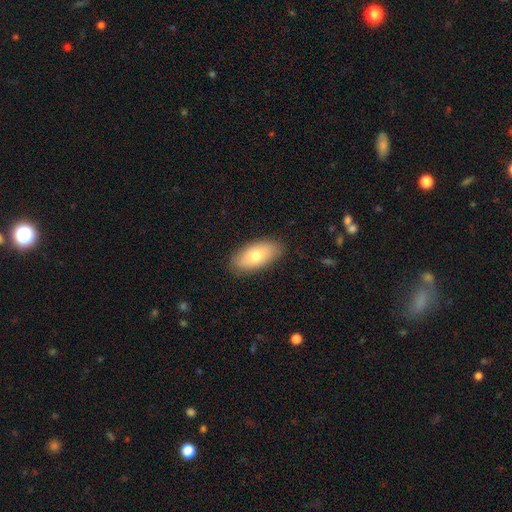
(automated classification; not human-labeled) smooth_or_featured: smooth (p=0.72) [alt: featured or disk p=0.22]
how_rounded: in between (p=0.92) [alt: cigar-shaped p=0.05]
merging: none (p=0.86) [alt: minor disturbance p=0.11]